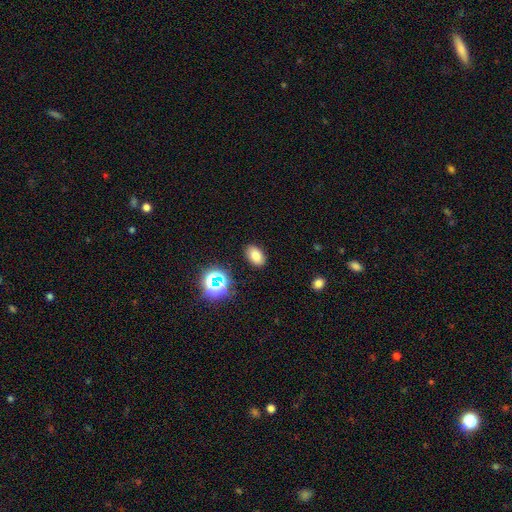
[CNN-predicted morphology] The model was most divided on "smooth or featured": smooth: 74%, star or artifact: 17%, featured or disk: 9%. More confident: how rounded — in between (87%); merging — none (86%).